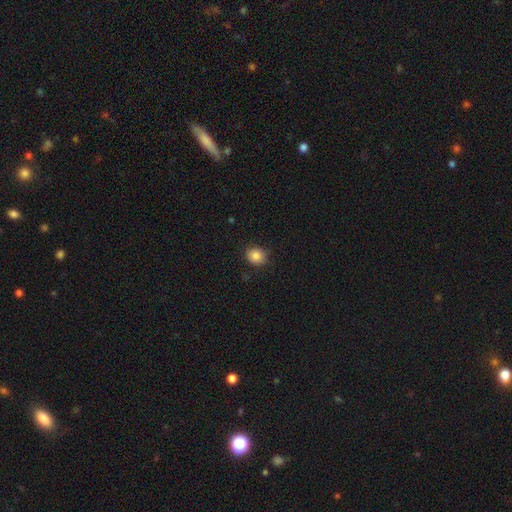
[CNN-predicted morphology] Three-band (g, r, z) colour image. It shows a smooth galaxy with no disk features (86%) that is round (74%). Merging: none (86%).